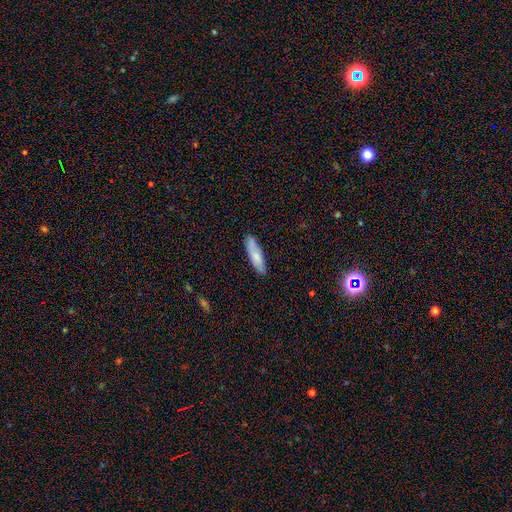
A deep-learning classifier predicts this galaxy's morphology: A smooth galaxy with no disk features (75%) that is cigar-shaped (65%). Merging: none (82%).